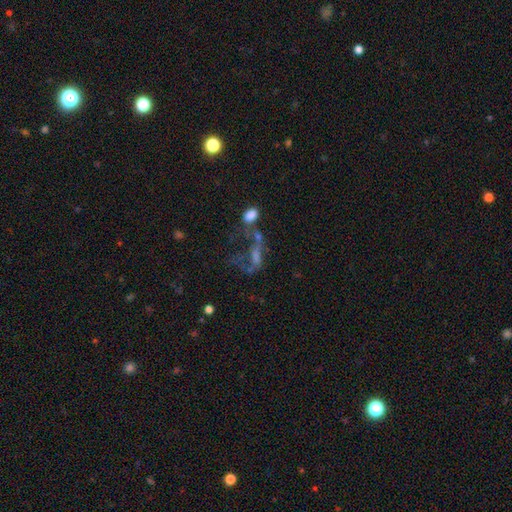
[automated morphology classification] This appears to be a featured or disk galaxy (44%). Merging: major disturbance (38%).